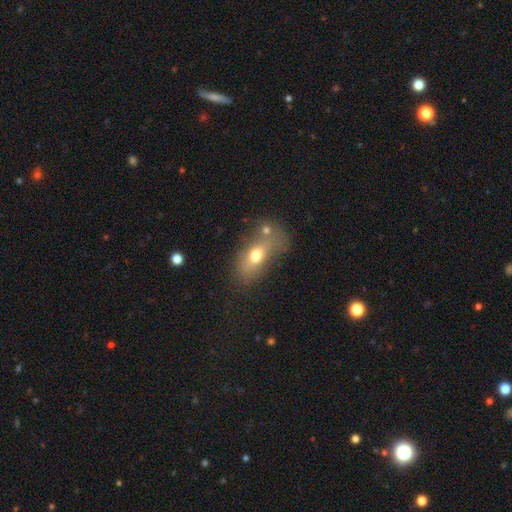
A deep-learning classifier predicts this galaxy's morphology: Smooth or featured: smooth — 67% (featured or disk — 22%)
How rounded: in between — 79% (round — 12%)
Merging: none — 40% (merger — 26%)